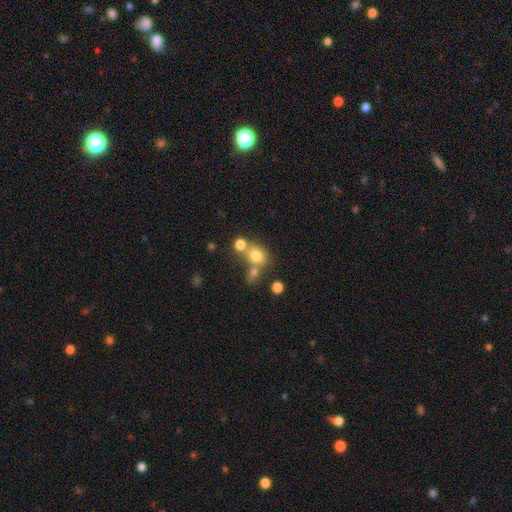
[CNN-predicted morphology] smooth-or-featured: smooth: 75% | star or artifact: 14% | featured or disk: 11%
  how-rounded: round: 65% | in between: 33% | cigar-shaped: 1%
  merging: none: 48% | merger: 36% | minor disturbance: 11% | major disturbance: 6%